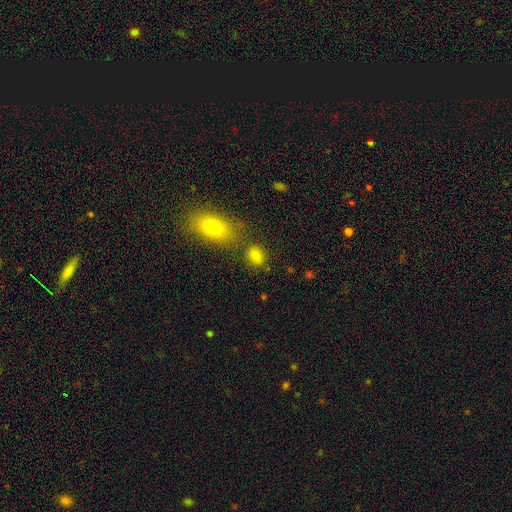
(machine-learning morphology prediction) Smooth or featured: smooth — 78% (star or artifact — 13%)
How rounded: in between — 56% (round — 42%)
Merging: none — 72% (merger — 12%)